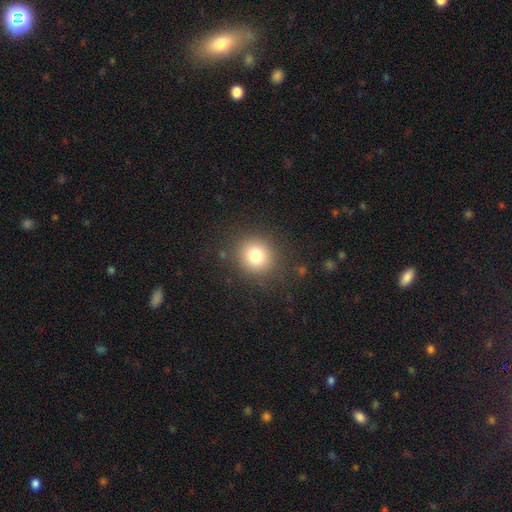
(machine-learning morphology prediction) Smooth or featured? smooth (78%)
How rounded? round (89%)
Merging? none (87%)